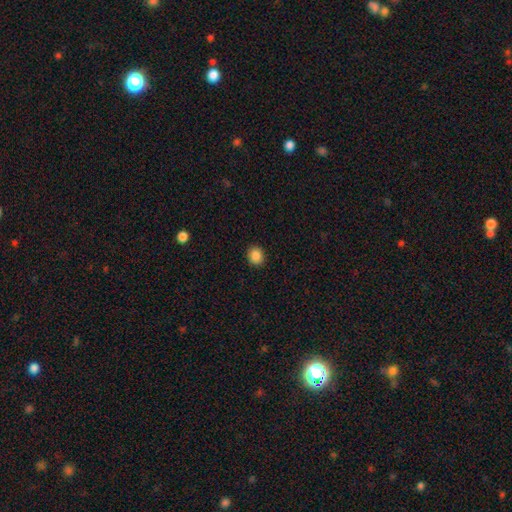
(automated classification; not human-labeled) smooth-or-featured: smooth: 87% | star or artifact: 10% | featured or disk: 3%
  how-rounded: round: 76% | in between: 23% | cigar-shaped: 1%
  merging: none: 91% | minor disturbance: 6% | major disturbance: 2% | merger: 1%